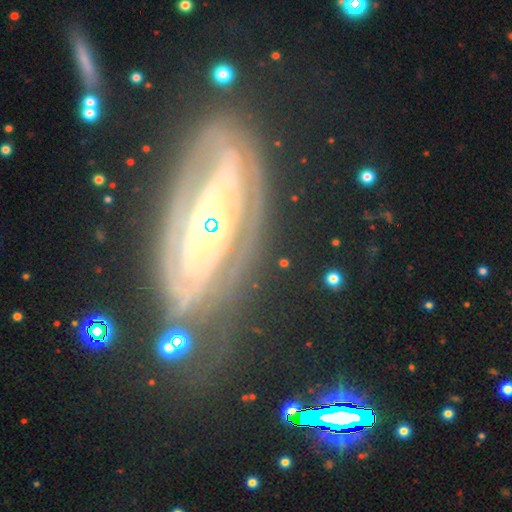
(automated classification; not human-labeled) This appears to be a featured or disk galaxy (82%) with no bar (57%), 2 (40%) tight (71%) spiral arms (88%) and a small central bulge (53%). Merging: none (67%).